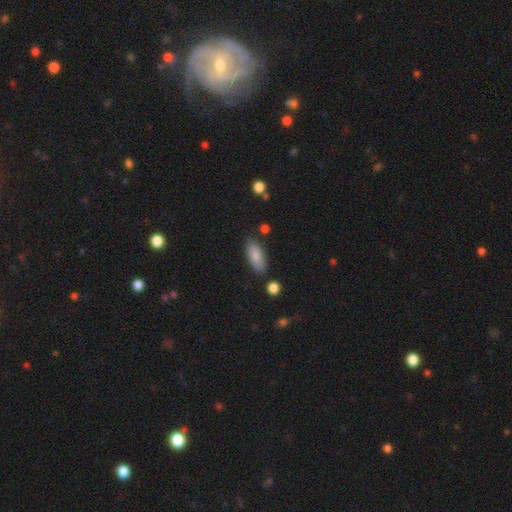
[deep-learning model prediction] smooth 86%, featured or disk 8%, star or artifact 6%. Down the decision tree: how rounded — in between (79%); merging — none (81%).